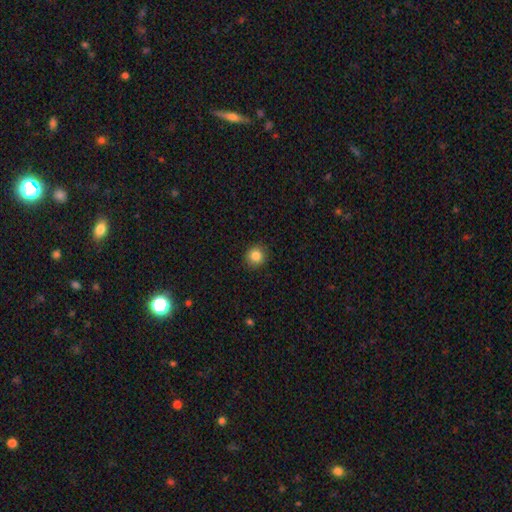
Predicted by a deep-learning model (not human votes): Morphology: type=smooth (85%); roundness=round (91%); merging=none (91%).